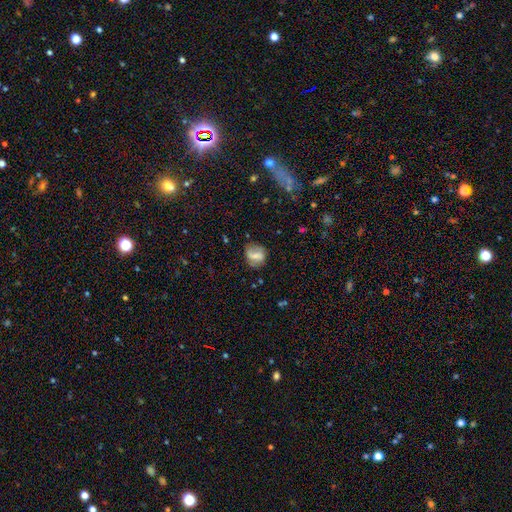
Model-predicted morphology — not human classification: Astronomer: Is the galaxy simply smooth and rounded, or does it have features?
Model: smooth — 54% (runner-up: featured or disk, 36%).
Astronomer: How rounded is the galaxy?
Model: round — 61%.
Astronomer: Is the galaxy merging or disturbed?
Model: none — 61%.